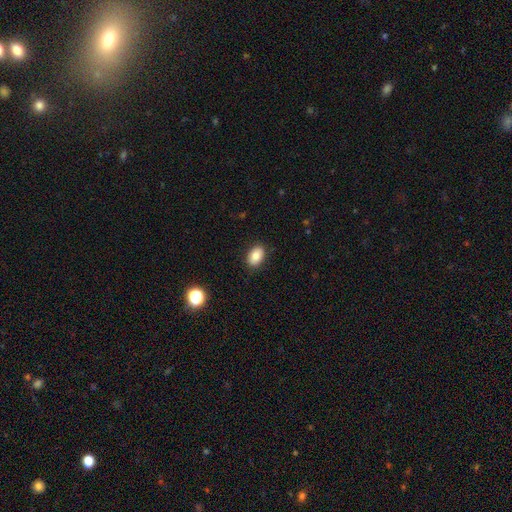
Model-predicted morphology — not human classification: A smooth galaxy with no disk features (85%) that is in between round and cigar-shaped (86%). Merging: none (87%).